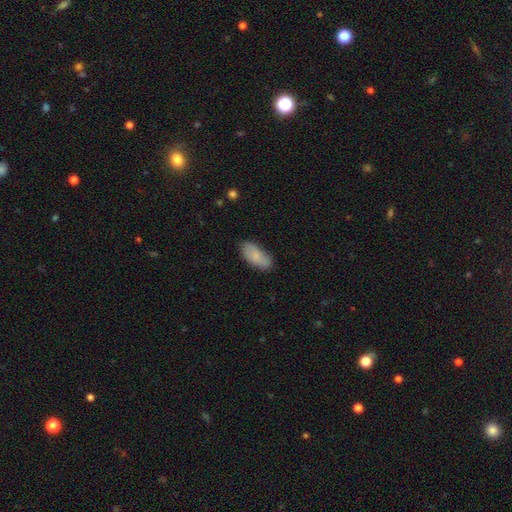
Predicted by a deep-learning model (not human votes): smooth 82%, featured or disk 12%, star or artifact 6%. Down the decision tree: how rounded — in between (89%); merging — none (79%).